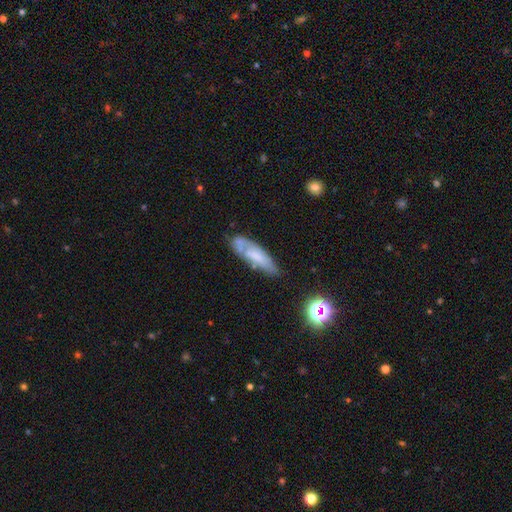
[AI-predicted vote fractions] Smooth or featured: smooth — 49% (featured or disk — 42%)
Merging: none — 54% (minor disturbance — 27%)